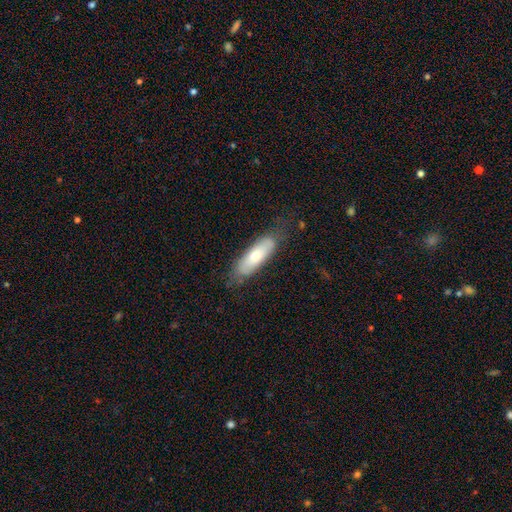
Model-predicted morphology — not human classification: smooth_or_featured: smooth (p=0.57) [alt: featured or disk p=0.36]
how_rounded: in between (p=0.56) [alt: cigar-shaped p=0.42]
merging: none (p=0.74) [alt: minor disturbance p=0.19]